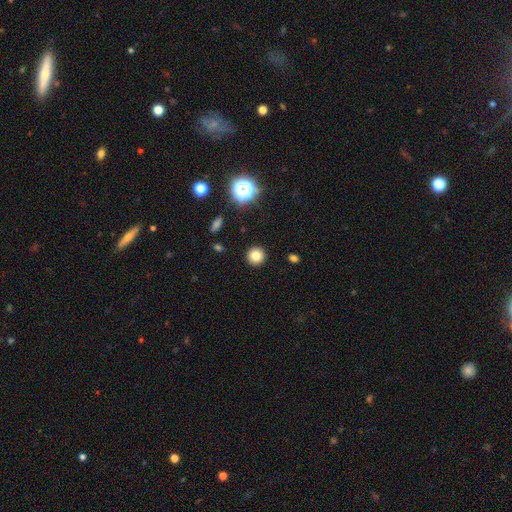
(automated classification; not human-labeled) Smooth or featured? smooth (81%)
How rounded? round (94%)
Merging? none (92%)